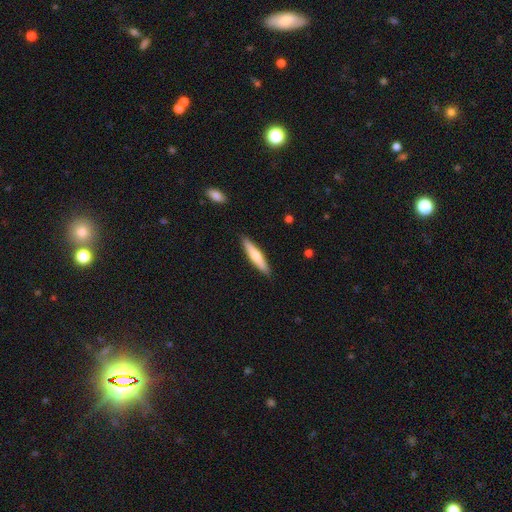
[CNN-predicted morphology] The model was most divided on "smooth or featured": smooth: 60%, featured or disk: 35%, star or artifact: 5%. More confident: merging — none (90%); how rounded — cigar-shaped (89%).